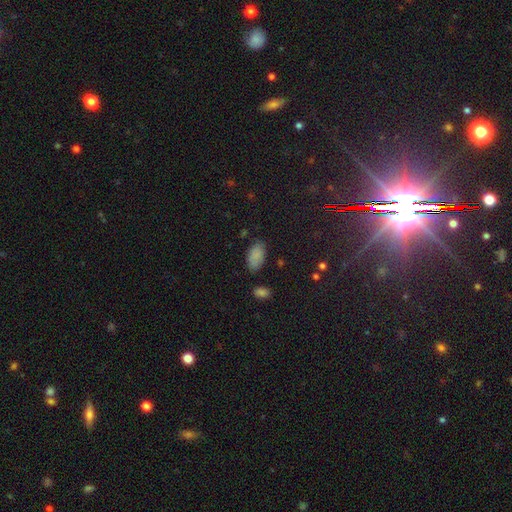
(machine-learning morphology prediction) This appears to be a smooth galaxy with no disk features (84%) that is in between round and cigar-shaped (94%). Merging: none (75%).